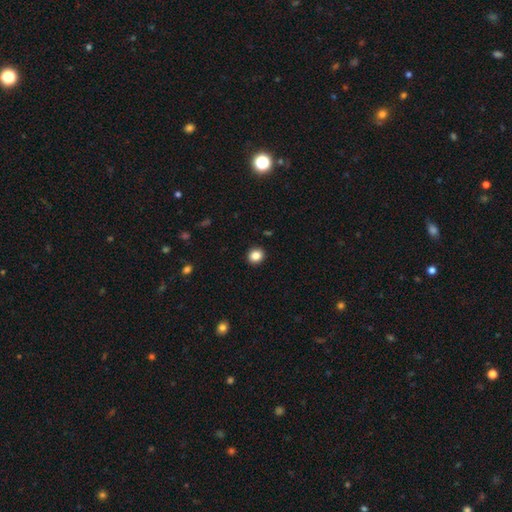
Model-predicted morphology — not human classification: Q: Smooth or featured?
A: smooth (86%); runner-up: star or artifact (10%)
Q: How rounded?
A: round (78%); runner-up: in between (21%)
Q: Merging?
A: none (92%); runner-up: minor disturbance (5%)